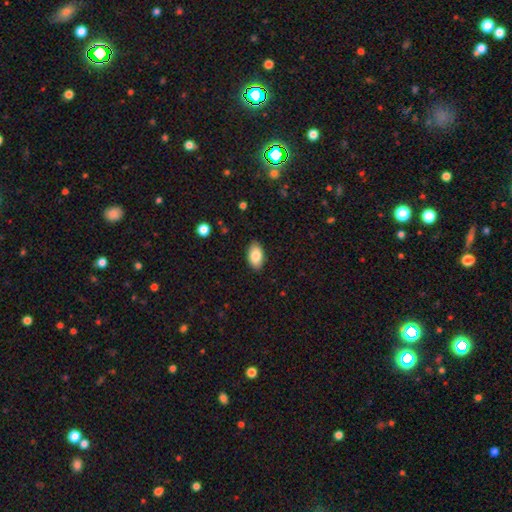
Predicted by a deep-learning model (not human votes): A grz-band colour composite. It shows a smooth galaxy with no disk features (85%) that is in between round and cigar-shaped (93%). Merging: none (87%).